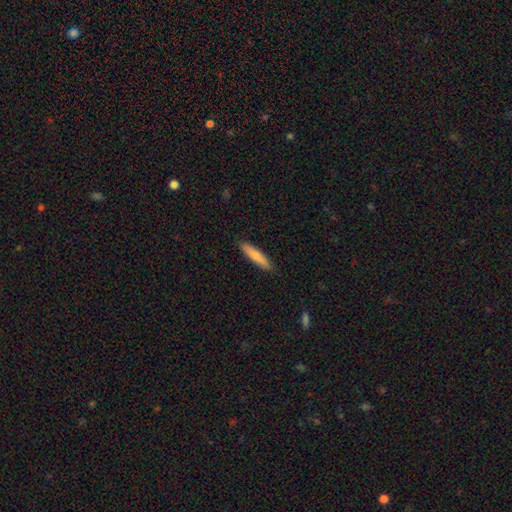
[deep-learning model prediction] A smooth galaxy with no disk features (79%) that is cigar-shaped (88%).

Vote fractions:
- Smooth or featured? smooth: 79% / featured or disk: 16% / star or artifact: 5%
- How rounded? cigar-shaped: 88% / in between: 10% / round: 1%
- Merging? none: 90% / minor disturbance: 7% / major disturbance: 1% / merger: 1%